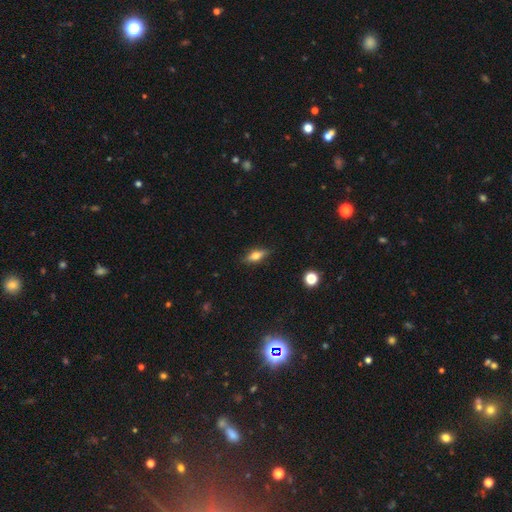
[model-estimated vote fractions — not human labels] Smooth or featured? Predicted: smooth (p=0.55). How rounded? Predicted: in between (p=0.60). Merging? Predicted: none (p=0.85).